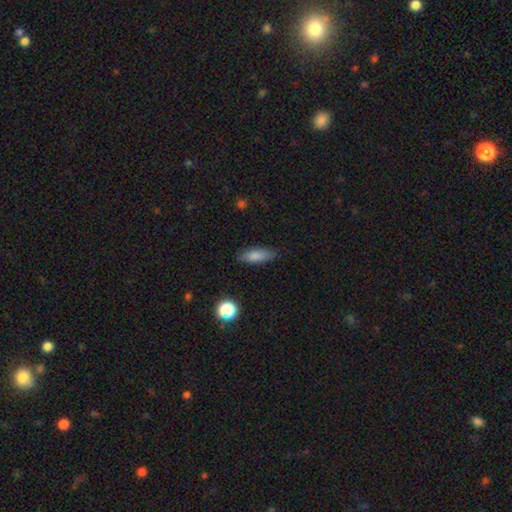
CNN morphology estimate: Overall: smooth (82%). How rounded: in between (64%; cigar-shaped 33%). Merging: none (82%).